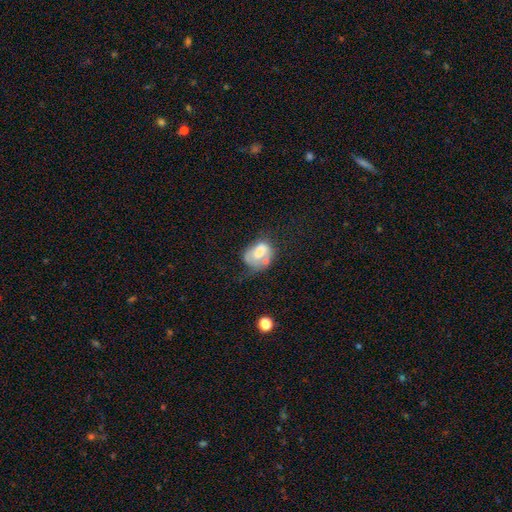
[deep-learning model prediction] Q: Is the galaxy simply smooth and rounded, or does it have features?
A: smooth — 59%.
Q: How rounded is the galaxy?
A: in between — 64%.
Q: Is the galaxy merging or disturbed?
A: none — 28%, tied with minor disturbance.